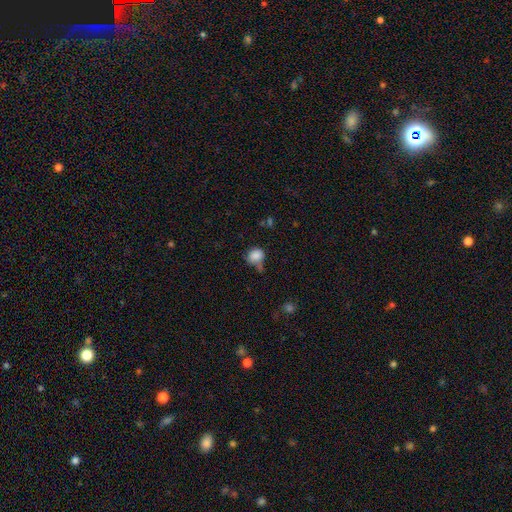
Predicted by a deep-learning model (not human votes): Q: Smooth or featured?
A: smooth (83%); runner-up: star or artifact (10%)
Q: How rounded?
A: round (59%); runner-up: in between (39%)
Q: Merging?
A: none (43%); runner-up: minor disturbance (31%)